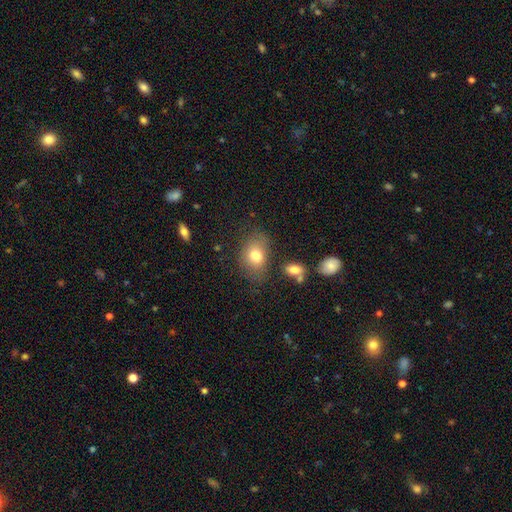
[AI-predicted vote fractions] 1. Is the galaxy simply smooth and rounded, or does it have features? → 77% smooth, 13% featured or disk, 9% star or artifact.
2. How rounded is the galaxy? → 76% in between, 23% round, 1% cigar-shaped.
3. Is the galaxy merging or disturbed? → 67% none, 21% minor disturbance, 8% major disturbance, 5% merger.